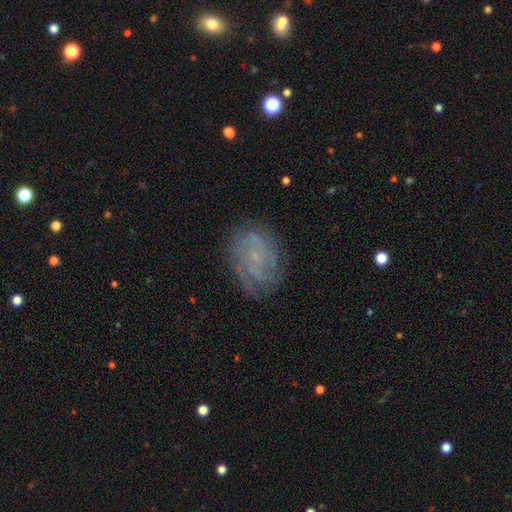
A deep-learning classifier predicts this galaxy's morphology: A featured or disk galaxy (71%) with no bar (71%), tight (56%) spiral arms (92%) and a small central bulge (74%).

Vote fractions:
- Smooth or featured? featured or disk: 71% / smooth: 16% / star or artifact: 13%
- Edge-on disk? no: 97% / yes: 3%
- Bar? no: 71% / weak: 25% / strong: 4%
- Spiral arms? yes: 92% / no: 8%
- Spiral winding? tight: 56% / medium: 32% / loose: 11%
- Spiral arm count? can't tell: 38% / 3: 17% / 2: 15% / 4: 15% / more than 4: 8% / 1: 7%
- Bulge size? small: 74% / none: 16% / moderate: 9% / large: 1% / dominant: 1%
- Merging? none: 77% / minor disturbance: 15% / major disturbance: 6% / merger: 1%